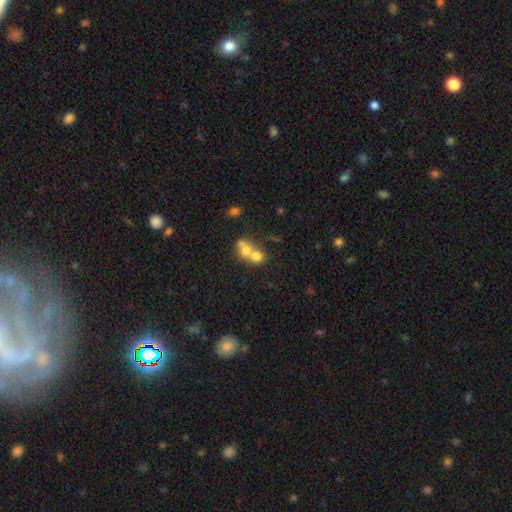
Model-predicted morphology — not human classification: type=smooth (67%); roundness=round (67%); merging=merger (69%).